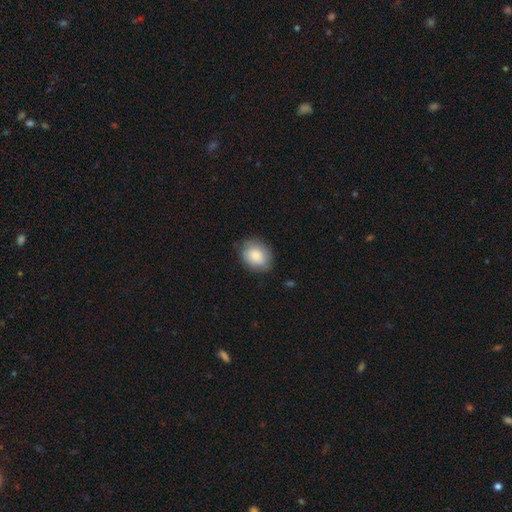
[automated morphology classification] Smooth or featured? Predicted: smooth (p=0.85). How rounded? Predicted: in between (p=0.61). Merging? Predicted: none (p=0.77).